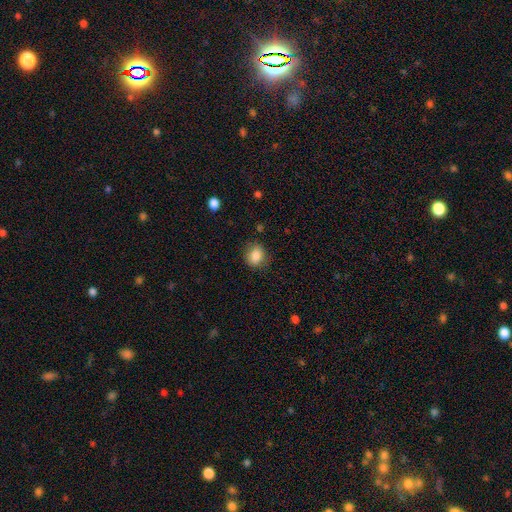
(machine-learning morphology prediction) smooth 85%, star or artifact 9%, featured or disk 6%. Down the decision tree: how rounded — round (59%); merging — none (80%).